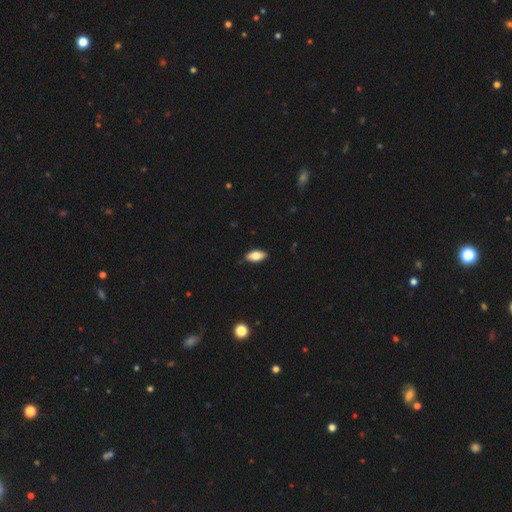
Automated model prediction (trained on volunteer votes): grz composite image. It shows a smooth galaxy with no disk features (78%) that is in between round and cigar-shaped (90%). Merging: none (86%).